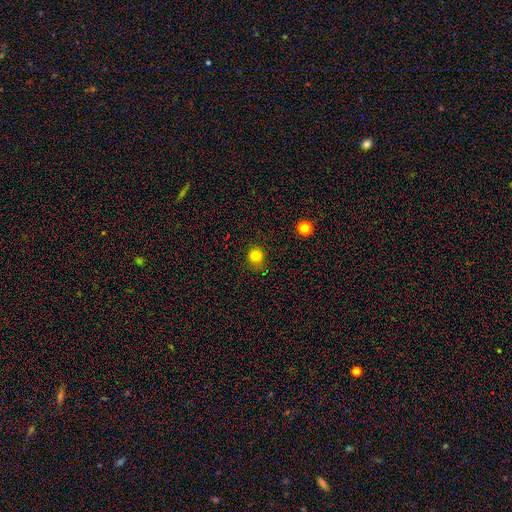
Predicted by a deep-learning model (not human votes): smooth-or-featured: smooth: 81% | star or artifact: 14% | featured or disk: 5%
  how-rounded: round: 85% | in between: 14% | cigar-shaped: 1%
  merging: none: 81% | minor disturbance: 14% | major disturbance: 4% | merger: 1%